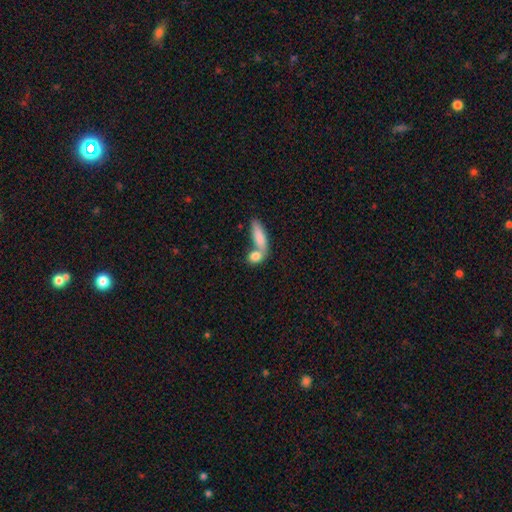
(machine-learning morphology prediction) smooth_or_featured: smooth (p=0.82) [alt: featured or disk p=0.11]
how_rounded: in between (p=0.55) [alt: round p=0.27]
merging: merger (p=0.48) [alt: none p=0.39]